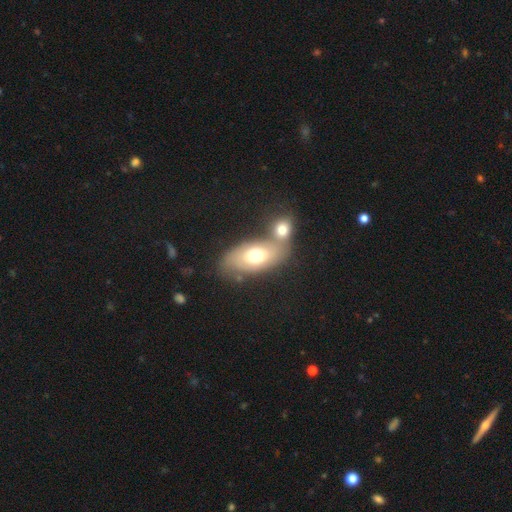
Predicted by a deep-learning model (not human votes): This is likely a smooth galaxy (61%). How rounded: clearly in between (89%). Merging: possibly merger (49%).